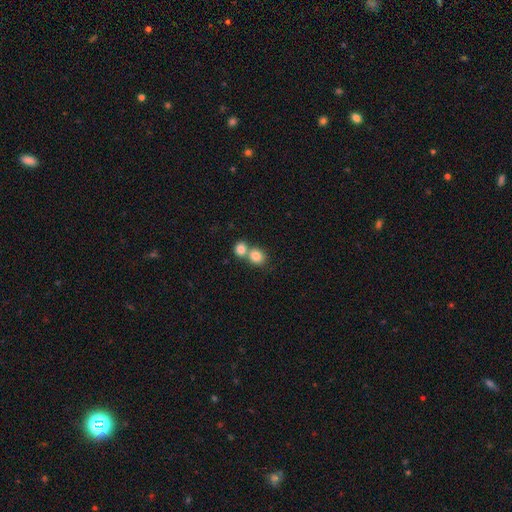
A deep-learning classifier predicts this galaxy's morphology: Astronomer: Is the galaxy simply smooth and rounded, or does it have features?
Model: smooth — 82%.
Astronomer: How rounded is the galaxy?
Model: round — 80%.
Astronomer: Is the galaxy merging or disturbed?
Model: merger — 53% (runner-up: none, 40%).